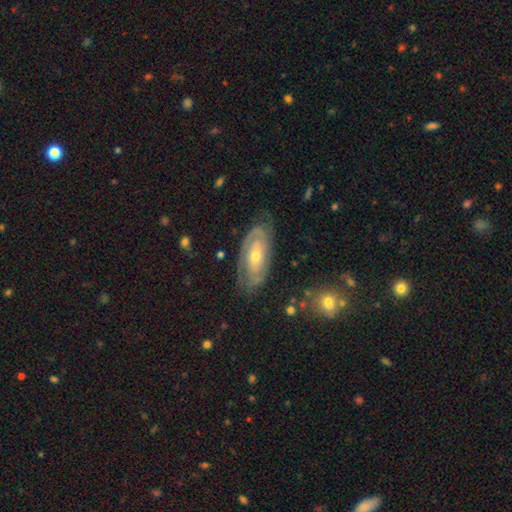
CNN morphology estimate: Q: Smooth or featured?
A: featured or disk (78%); runner-up: smooth (16%)
Q: Edge-on disk?
A: no (92%); runner-up: yes (8%)
Q: Bar?
A: no (71%); runner-up: weak (22%)
Q: Spiral arms?
A: yes (85%); runner-up: no (15%)
Q: Spiral winding?
A: tight (68%); runner-up: medium (24%)
Q: Spiral arm count?
A: 2 (45%); runner-up: can't tell (36%)
Q: Bulge size?
A: small (51%); runner-up: moderate (45%)
Q: Merging?
A: none (75%); runner-up: minor disturbance (17%)